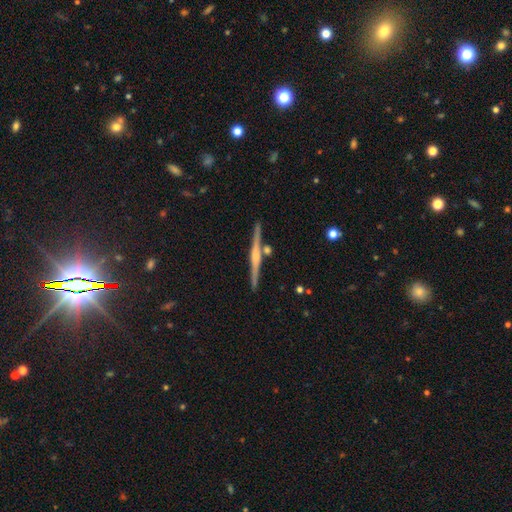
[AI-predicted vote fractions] This is likely a featured or disk galaxy (77%). It is clearly viewed edge-on (98%). Edge-on bulge: likely rounded (72%). Merging: clearly none (86%).